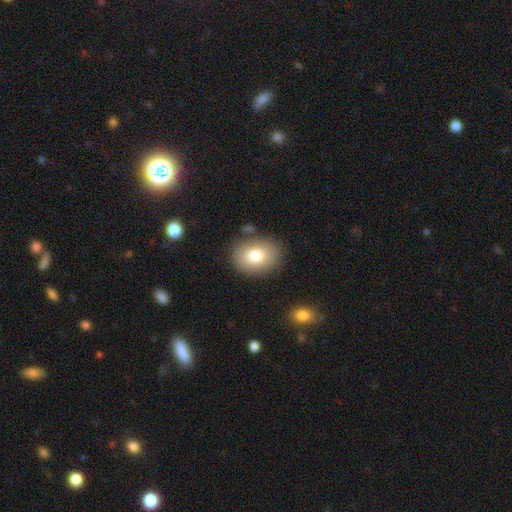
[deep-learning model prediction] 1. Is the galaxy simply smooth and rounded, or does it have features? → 80% smooth, 12% featured or disk, 8% star or artifact.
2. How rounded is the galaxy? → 68% in between, 31% round, 1% cigar-shaped.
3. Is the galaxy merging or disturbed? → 81% none, 12% minor disturbance, 4% major disturbance, 3% merger.